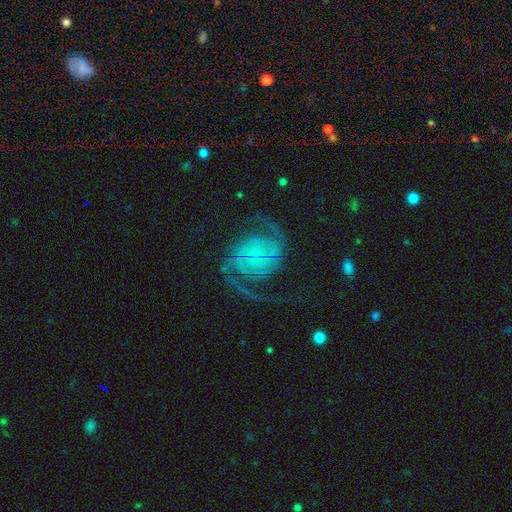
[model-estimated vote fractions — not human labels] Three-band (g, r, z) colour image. It shows a featured or disk galaxy (90%) with no bar (70%), 2 (90%) medium (50%) spiral arms (98%) and a small central bulge (80%). Merging: none (71%).